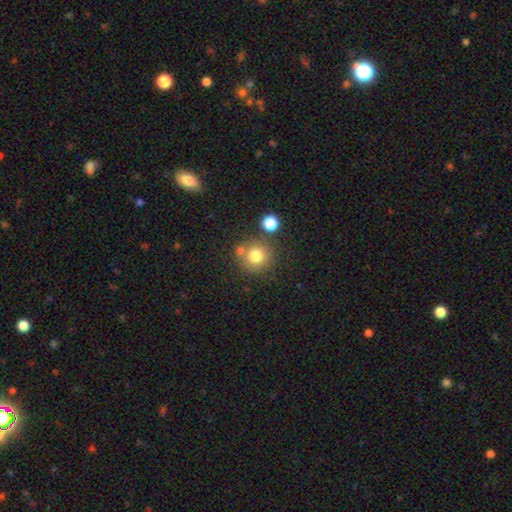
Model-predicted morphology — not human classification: type=smooth (76%); roundness=round (92%); merging=none (70%).